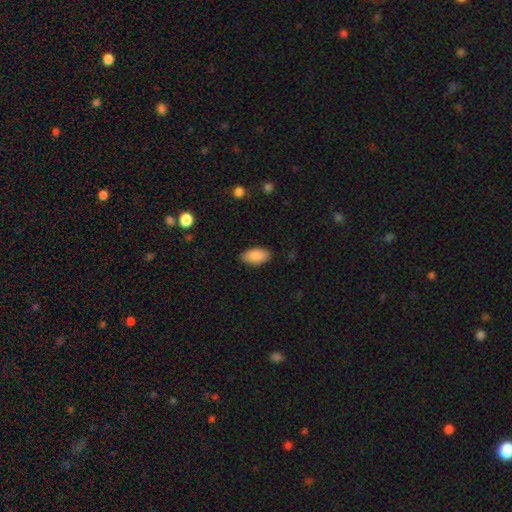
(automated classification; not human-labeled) smooth 89%, star or artifact 6%, featured or disk 5%. Down the decision tree: how rounded — in between (94%); merging — none (87%).